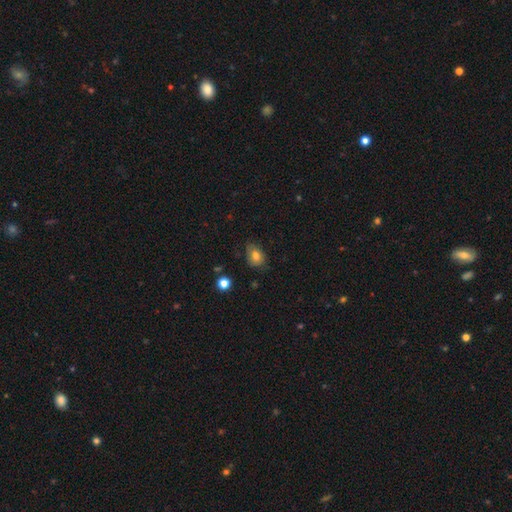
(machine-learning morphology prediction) Smooth or featured? Predicted: smooth (p=0.77). How rounded? Predicted: in between (p=0.71). Merging? Predicted: none (p=0.64).